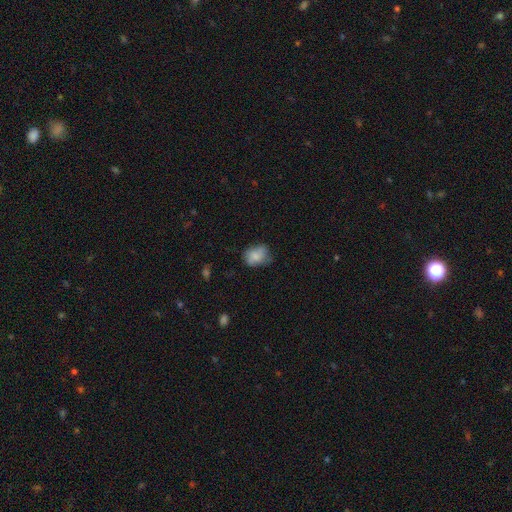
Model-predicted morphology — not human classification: Smooth or featured? Predicted: smooth (p=0.77). How rounded? Predicted: in between (p=0.58). Merging? Predicted: none (p=0.57).